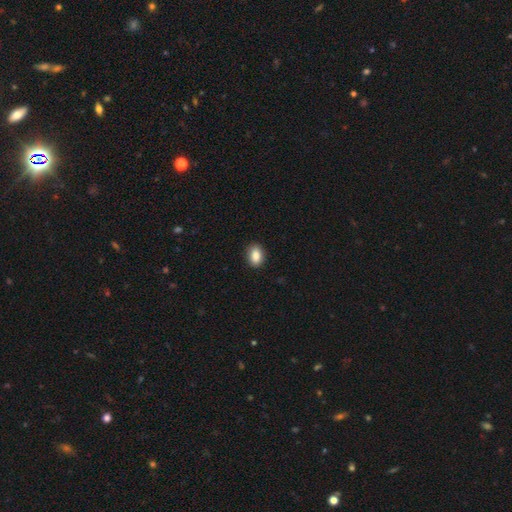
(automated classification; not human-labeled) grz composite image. It shows a smooth galaxy with no disk features (86%) that is in between round and cigar-shaped (77%). Merging: none (89%).